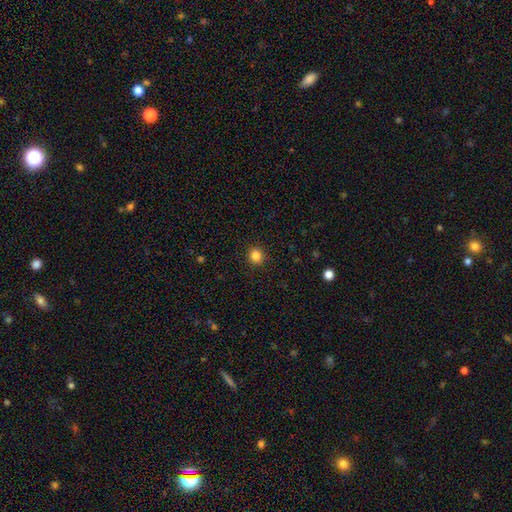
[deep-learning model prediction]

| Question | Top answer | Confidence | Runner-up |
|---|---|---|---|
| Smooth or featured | smooth | 84% | star or artifact (12%) |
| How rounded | round | 91% | in between (8%) |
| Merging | none | 92% | minor disturbance (5%) |